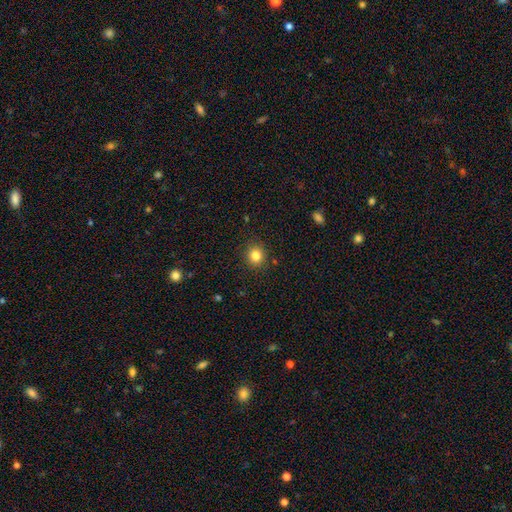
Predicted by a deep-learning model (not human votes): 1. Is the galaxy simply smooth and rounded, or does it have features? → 83% smooth, 12% star or artifact, 5% featured or disk.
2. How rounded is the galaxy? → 86% round, 13% in between, 1% cigar-shaped.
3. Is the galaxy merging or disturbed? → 89% none, 7% minor disturbance, 2% major disturbance, 1% merger.